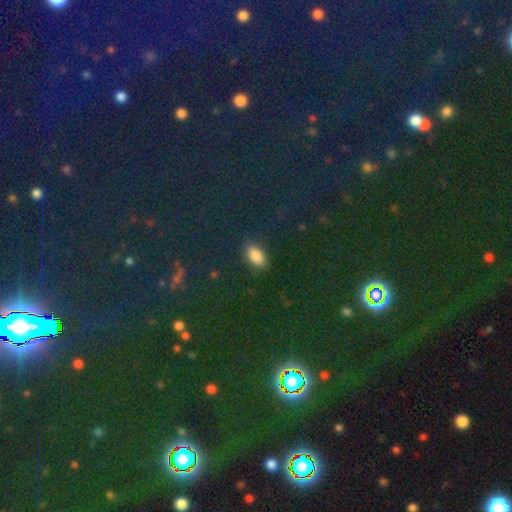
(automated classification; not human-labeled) Smooth or featured? smooth (83%)
How rounded? in between (92%)
Merging? none (87%)